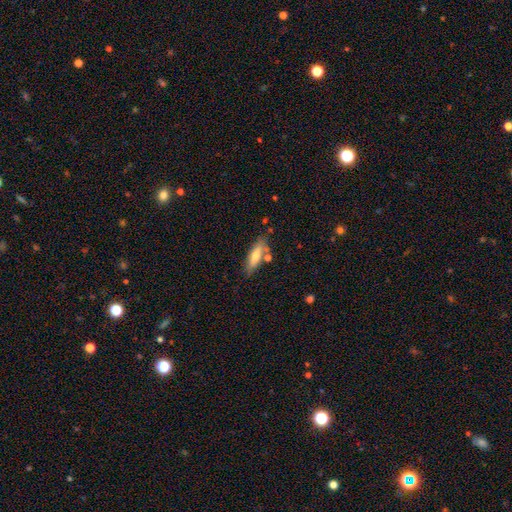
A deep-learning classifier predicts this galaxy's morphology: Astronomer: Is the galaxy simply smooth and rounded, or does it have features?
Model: smooth — 62%.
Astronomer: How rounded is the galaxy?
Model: cigar-shaped — 50% (runner-up: in between, 48%).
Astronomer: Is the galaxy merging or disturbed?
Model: none — 70%.